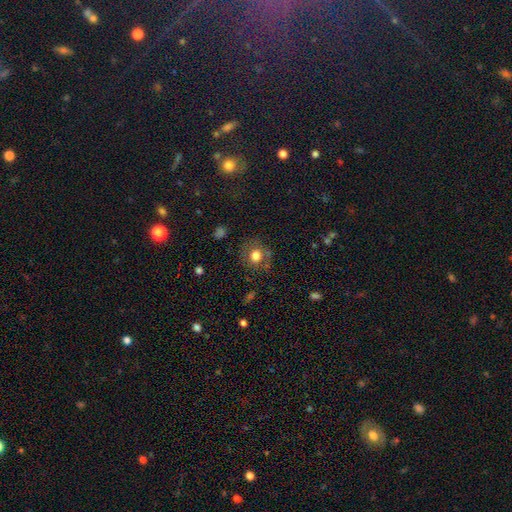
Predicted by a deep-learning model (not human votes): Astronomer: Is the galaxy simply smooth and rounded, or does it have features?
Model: smooth — 73%.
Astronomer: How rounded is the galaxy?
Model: round — 82%.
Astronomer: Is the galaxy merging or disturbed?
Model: none — 76%.